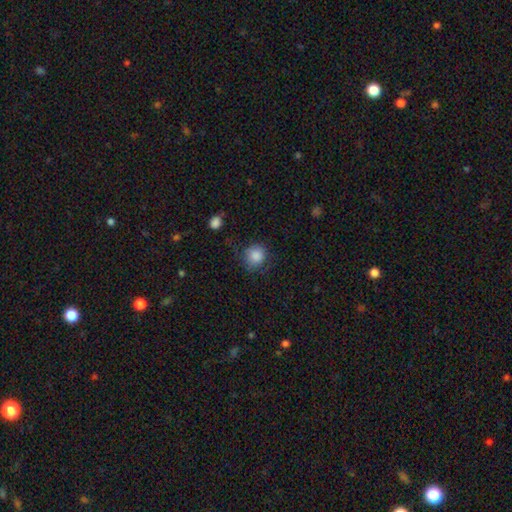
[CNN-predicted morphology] Smooth or featured? Predicted: smooth (p=0.86). How rounded? Predicted: round (p=0.88). Merging? Predicted: none (p=0.72).